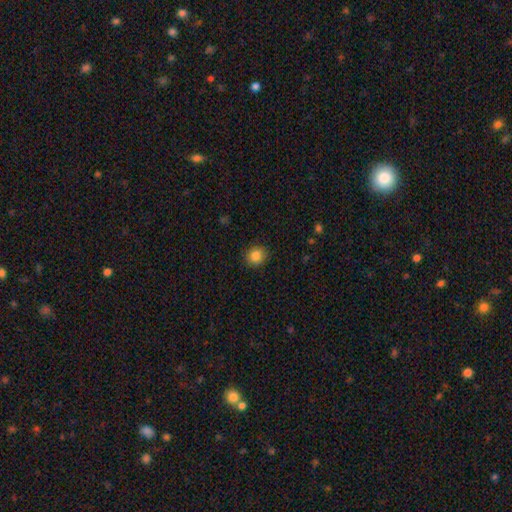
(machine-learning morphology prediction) A smooth galaxy with no disk features (85%) that is round (78%). Merging: none (88%).